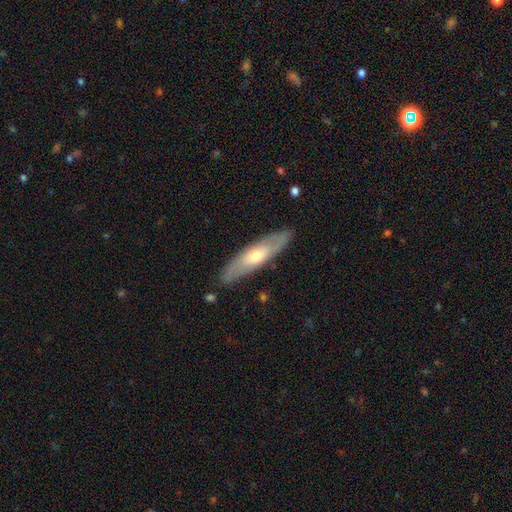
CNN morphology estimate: Q: Smooth or featured?
A: featured or disk (57%); runner-up: smooth (37%)
Q: Edge-on disk?
A: no (57%); runner-up: yes (43%)
Q: Merging?
A: none (85%); runner-up: minor disturbance (11%)